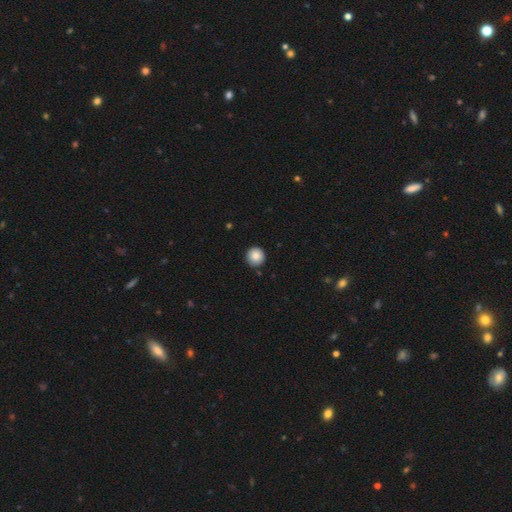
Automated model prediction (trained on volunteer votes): smooth 87%, star or artifact 9%, featured or disk 4%. Down the decision tree: how rounded — round (96%); merging — none (91%).